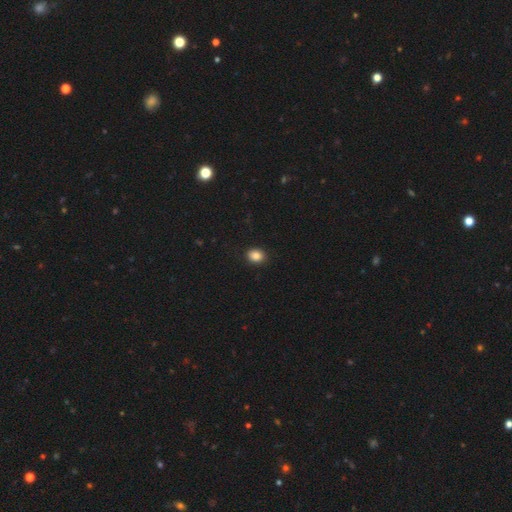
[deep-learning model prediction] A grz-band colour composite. It shows a smooth galaxy with no disk features (86%) that is round (51%). Merging: none (90%).